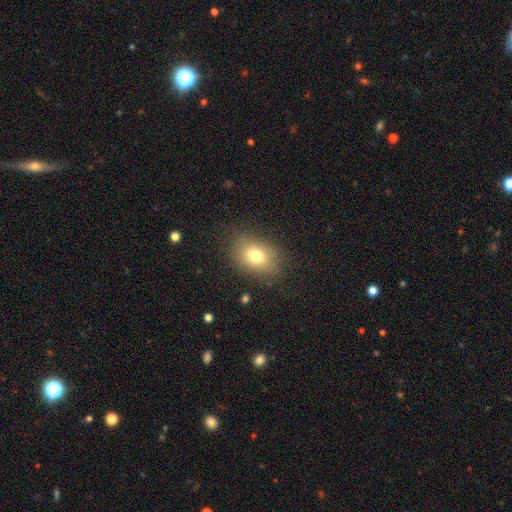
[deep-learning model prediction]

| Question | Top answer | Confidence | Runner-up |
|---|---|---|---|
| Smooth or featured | smooth | 75% | featured or disk (13%) |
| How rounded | in between | 71% | round (28%) |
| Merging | none | 79% | minor disturbance (14%) |